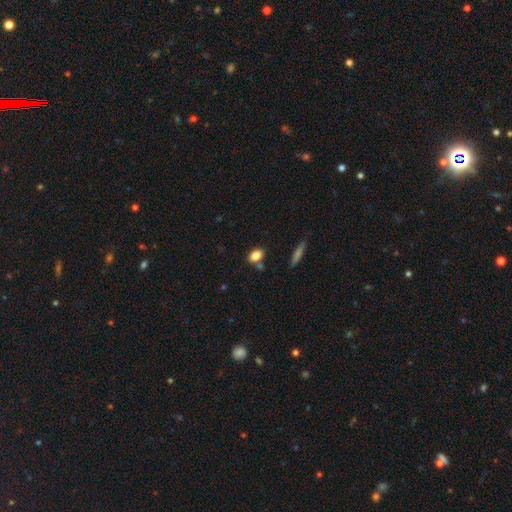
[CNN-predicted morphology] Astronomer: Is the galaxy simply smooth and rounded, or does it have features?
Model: smooth — 83%.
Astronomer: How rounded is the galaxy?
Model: in between — 77%.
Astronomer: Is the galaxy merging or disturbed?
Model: none — 71%.